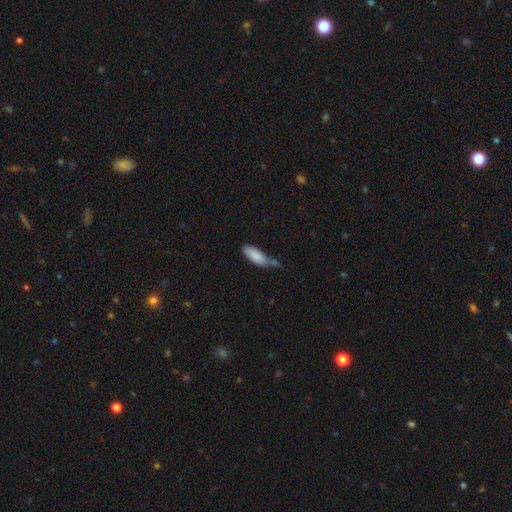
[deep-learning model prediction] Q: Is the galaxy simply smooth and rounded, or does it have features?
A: smooth — 85%.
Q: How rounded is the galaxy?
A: in between — 72%.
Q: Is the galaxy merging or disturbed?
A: none — 35%.